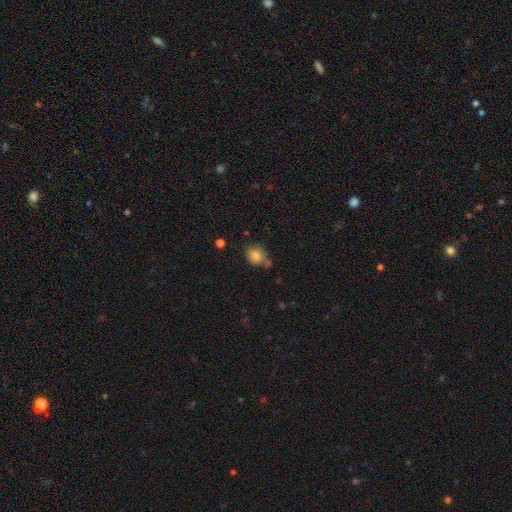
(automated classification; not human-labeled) A smooth galaxy with no disk features (81%) that is round (61%).

Vote fractions:
- Smooth or featured? smooth: 81% / star or artifact: 10% / featured or disk: 9%
- How rounded? round: 61% / in between: 38% / cigar-shaped: 1%
- Merging? none: 67% / minor disturbance: 17% / merger: 12% / major disturbance: 4%